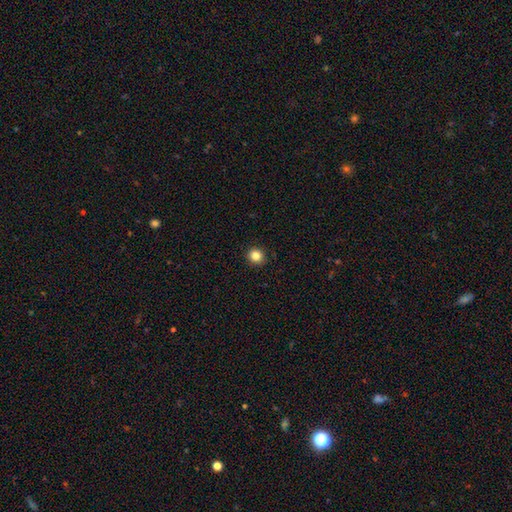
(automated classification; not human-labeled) This appears to be a smooth galaxy with no disk features (85%) that is round (90%). Merging: none (93%).